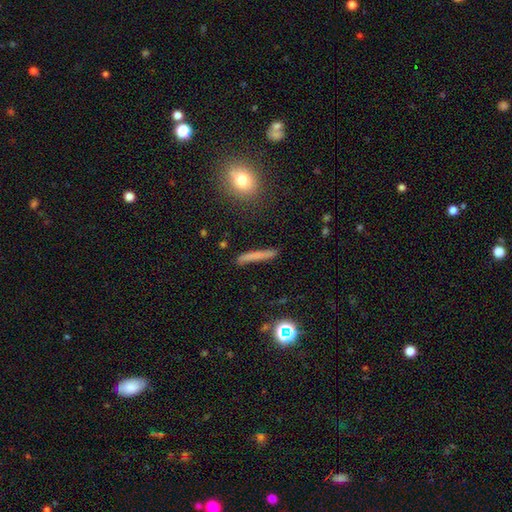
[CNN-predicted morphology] Smooth or featured?
  - smooth: 64% *
  - featured or disk: 25%
  - star or artifact: 11%
How rounded?
  - cigar-shaped: 93% *
  - in between: 4%
  - round: 3%
Merging?
  - none: 84% *
  - minor disturbance: 11%
  - major disturbance: 3%
  - merger: 2%